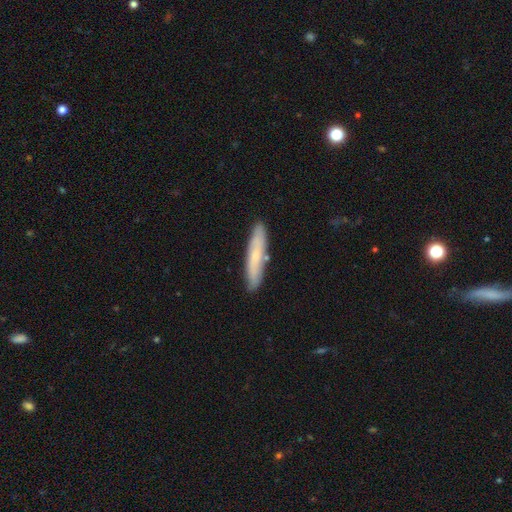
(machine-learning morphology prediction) A smooth galaxy with no disk features (60%) that is cigar-shaped (89%). Merging: none (84%).